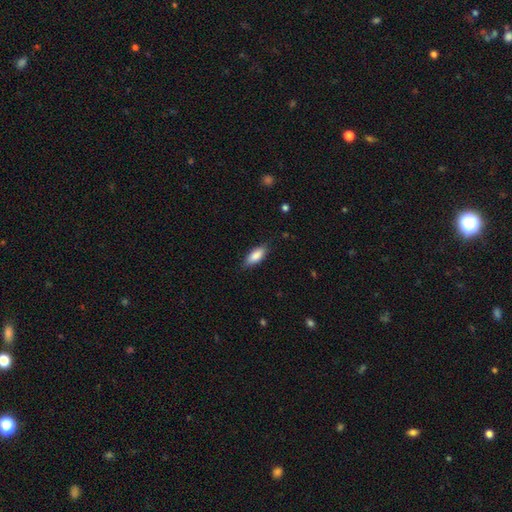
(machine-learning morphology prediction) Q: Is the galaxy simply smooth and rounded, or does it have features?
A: smooth — 85%.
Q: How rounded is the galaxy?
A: in between — 77%.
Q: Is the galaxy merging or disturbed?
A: none — 82%.